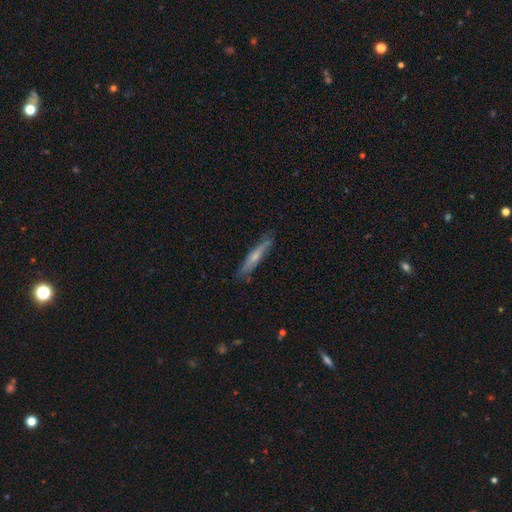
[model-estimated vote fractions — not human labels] Smooth or featured? Predicted: featured or disk (p=0.48). Merging? Predicted: none (p=0.83).